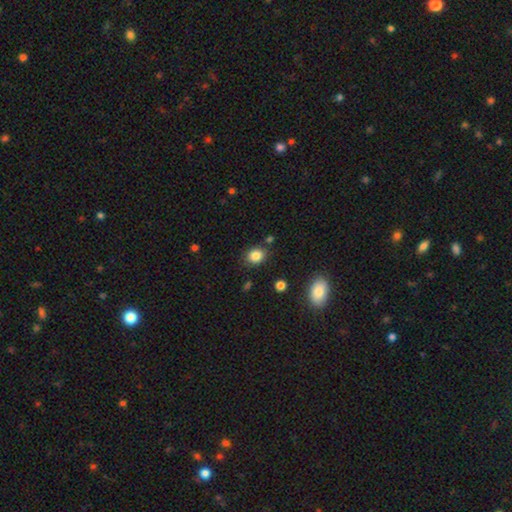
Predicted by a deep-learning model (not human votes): Smooth or featured: smooth — 84% (star or artifact — 10%)
How rounded: round — 55% (in between — 44%)
Merging: none — 82% (minor disturbance — 11%)